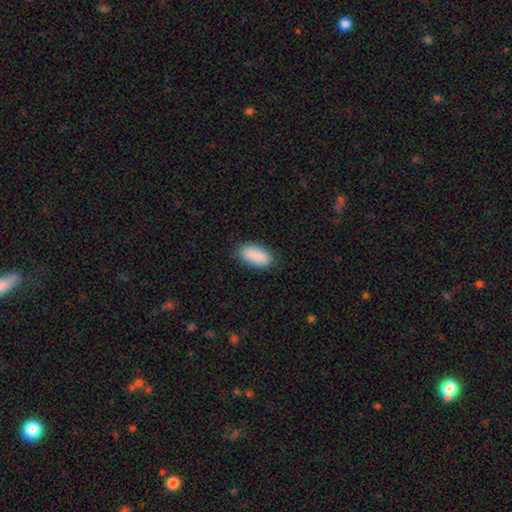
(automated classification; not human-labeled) smooth_or_featured: smooth (p=0.89) [alt: star or artifact p=0.06]
how_rounded: in between (p=0.88) [alt: cigar-shaped p=0.10]
merging: none (p=0.83) [alt: minor disturbance p=0.13]